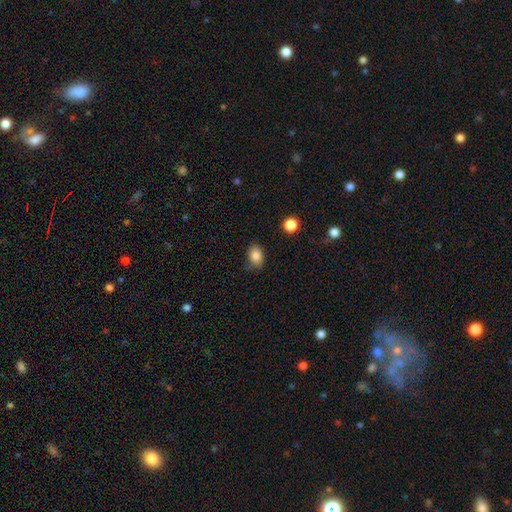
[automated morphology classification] Smooth or featured? Predicted: smooth (p=0.84). How rounded? Predicted: in between (p=0.71). Merging? Predicted: none (p=0.73).